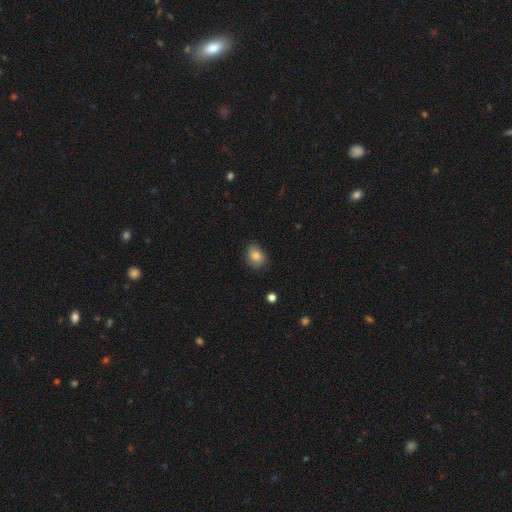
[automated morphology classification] Smooth or featured: smooth — 70% (featured or disk — 20%)
How rounded: in between — 52% (round — 47%)
Merging: none — 75% (minor disturbance — 20%)